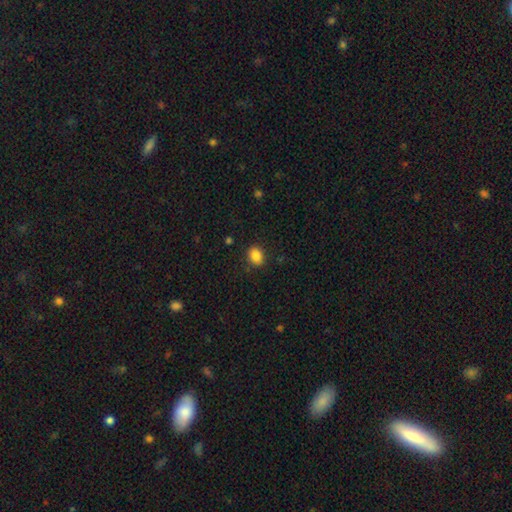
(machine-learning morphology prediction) type=smooth (86%); roundness=in between (63%); merging=none (87%).